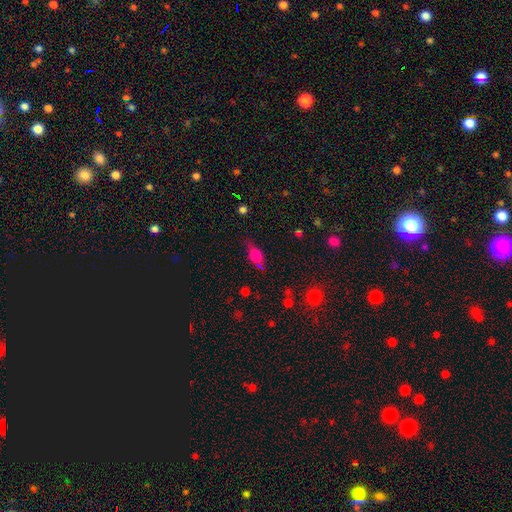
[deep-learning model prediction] Smooth or featured: smooth — 65% (featured or disk — 24%)
How rounded: in between — 67% (round — 19%)
Merging: none — 61% (minor disturbance — 27%)